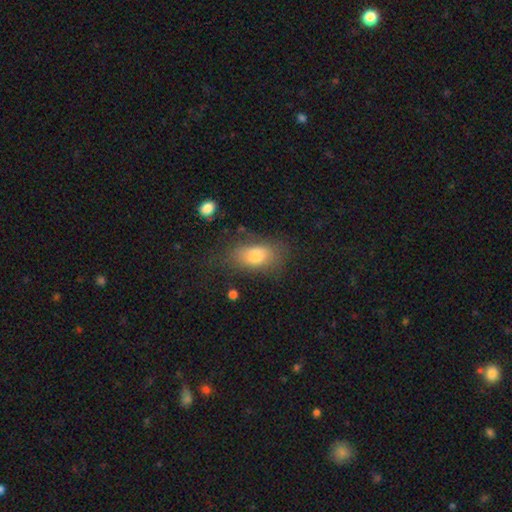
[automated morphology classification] A smooth galaxy with no disk features (77%) that is in between round and cigar-shaped (88%).

Vote fractions:
- Smooth or featured? smooth: 77% / featured or disk: 15% / star or artifact: 9%
- How rounded? in between: 88% / round: 9% / cigar-shaped: 3%
- Merging? none: 61% / minor disturbance: 23% / major disturbance: 13% / merger: 3%